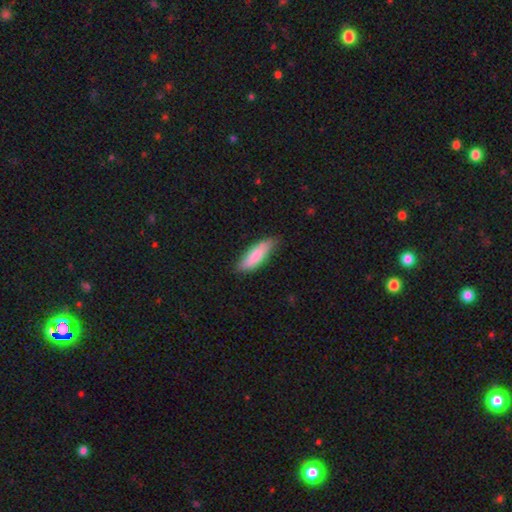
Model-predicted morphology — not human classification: Smooth or featured: smooth — 81% (featured or disk — 13%)
How rounded: in between — 50% (cigar-shaped — 48%)
Merging: none — 70% (minor disturbance — 24%)